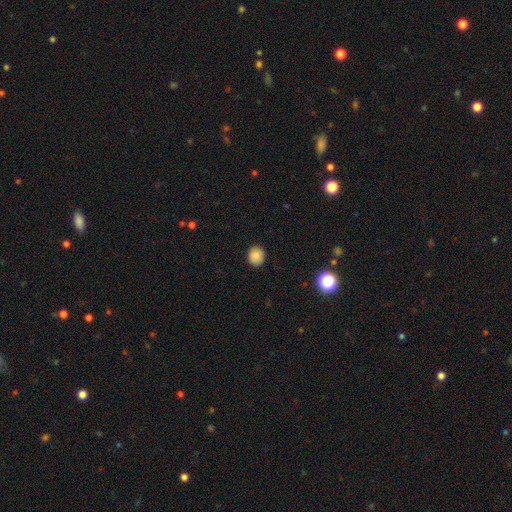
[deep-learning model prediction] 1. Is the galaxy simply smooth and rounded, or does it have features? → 85% smooth, 10% star or artifact, 5% featured or disk.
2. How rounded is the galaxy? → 79% round, 20% in between, 1% cigar-shaped.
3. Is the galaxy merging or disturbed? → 89% none, 8% minor disturbance, 2% major disturbance, 1% merger.